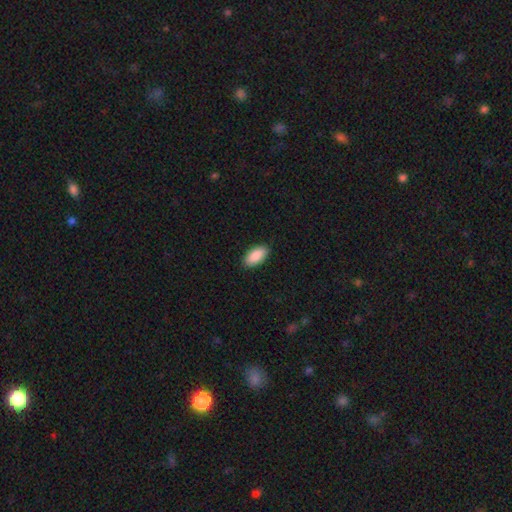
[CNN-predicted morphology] Smooth or featured? Predicted: smooth (p=0.90). How rounded? Predicted: in between (p=0.93). Merging? Predicted: none (p=0.89).